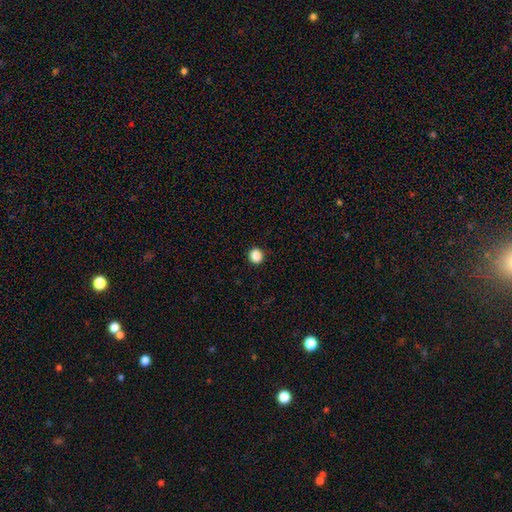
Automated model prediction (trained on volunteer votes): Q: Smooth or featured?
A: smooth (87%); runner-up: star or artifact (10%)
Q: How rounded?
A: round (92%); runner-up: in between (7%)
Q: Merging?
A: none (93%); runner-up: minor disturbance (5%)